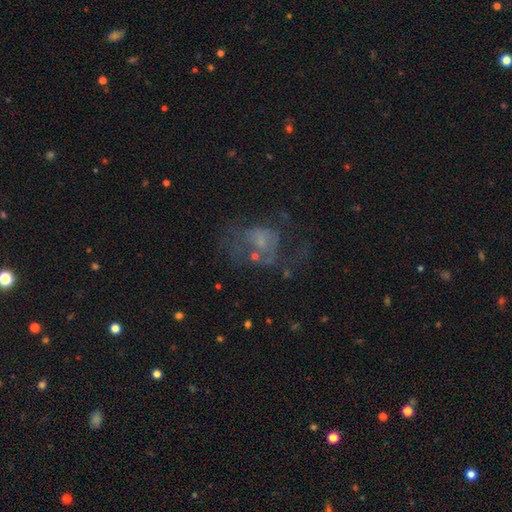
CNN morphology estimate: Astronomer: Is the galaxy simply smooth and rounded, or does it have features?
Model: featured or disk — 50% (runner-up: smooth, 32%).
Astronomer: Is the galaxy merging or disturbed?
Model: major disturbance — 43% (runner-up: none, 32%).